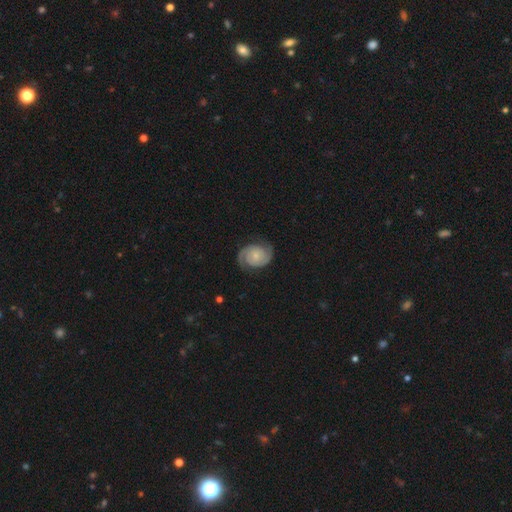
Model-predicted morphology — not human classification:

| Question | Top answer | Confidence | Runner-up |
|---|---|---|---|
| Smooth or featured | featured or disk | 84% | smooth (10%) |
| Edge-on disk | no | 98% | yes (2%) |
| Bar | no | 73% | weak (23%) |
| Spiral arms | yes | 97% | no (3%) |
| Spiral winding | tight | 53% | medium (37%) |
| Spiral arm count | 2 | 91% | can't tell (3%) |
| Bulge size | small | 62% | moderate (24%) |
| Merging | none | 79% | minor disturbance (15%) |